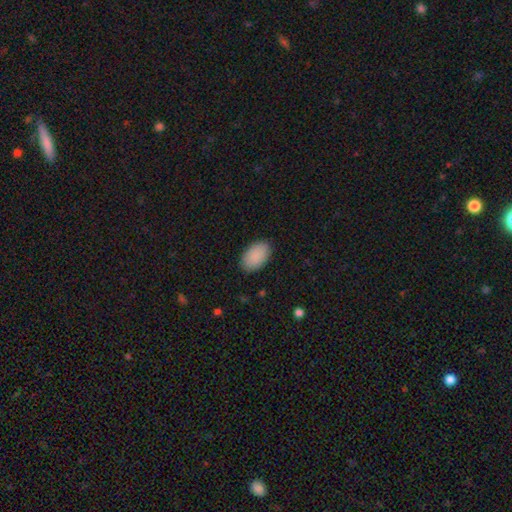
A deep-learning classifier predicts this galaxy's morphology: Smooth or featured? Predicted: smooth (p=0.91). How rounded? Predicted: in between (p=0.94). Merging? Predicted: none (p=0.88).